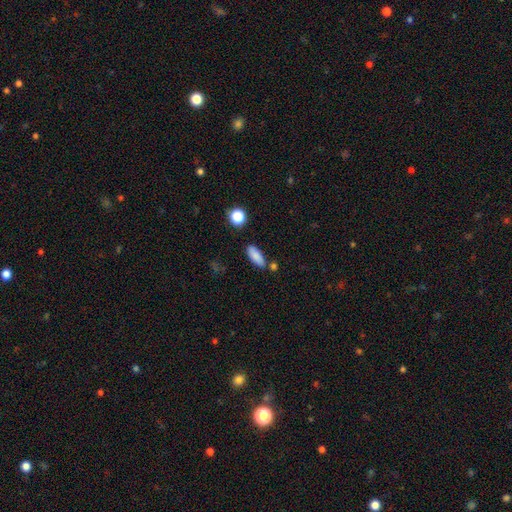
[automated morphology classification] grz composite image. It shows a smooth galaxy with no disk features (85%) that is in between round and cigar-shaped (75%). Merging: none (74%).